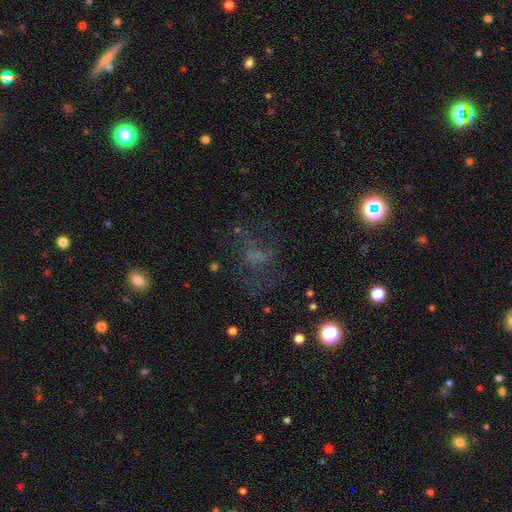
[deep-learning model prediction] smooth_or_featured: featured or disk (p=0.36) [alt: star or artifact p=0.32]
merging: none (p=0.51) [alt: major disturbance p=0.29]